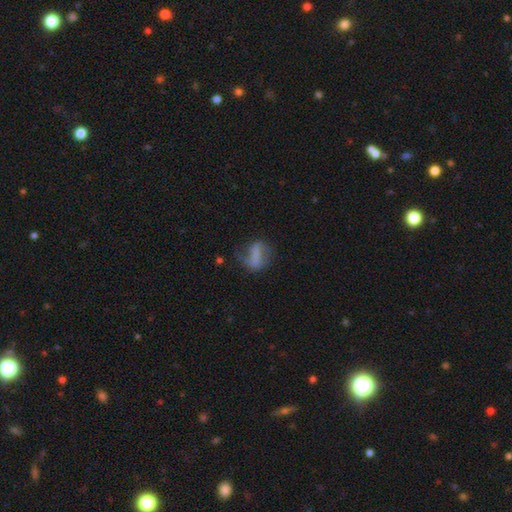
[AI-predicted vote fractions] featured or disk 45%, smooth 44%, star or artifact 11%. Down the decision tree: merging — none (46%).